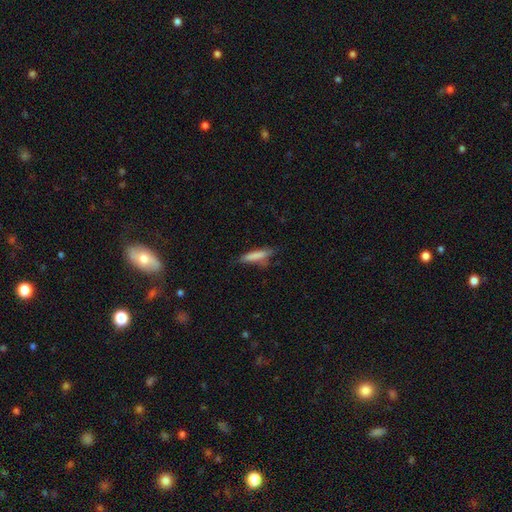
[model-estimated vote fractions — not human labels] Morphology: type=smooth (80%); roundness=cigar-shaped (81%); merging=none (68%).